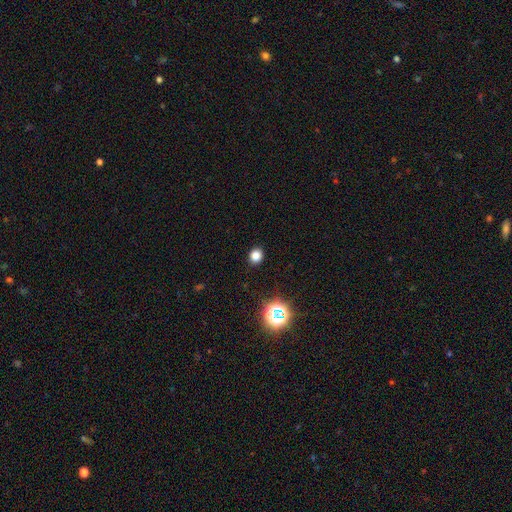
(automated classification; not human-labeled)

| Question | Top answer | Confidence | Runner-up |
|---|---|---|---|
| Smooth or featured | smooth | 79% | star or artifact (17%) |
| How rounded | round | 74% | in between (25%) |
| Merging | none | 90% | minor disturbance (6%) |